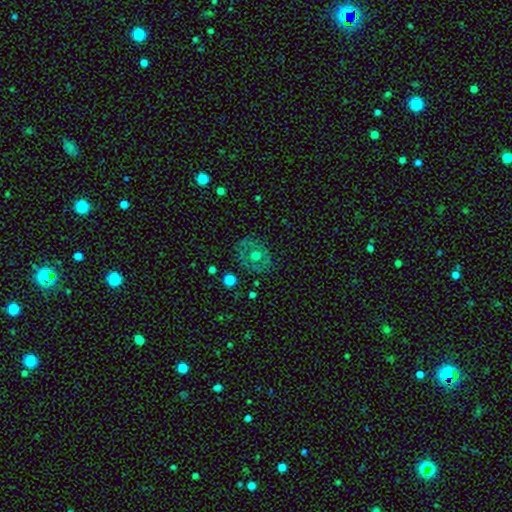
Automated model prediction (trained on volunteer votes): smooth 47%, featured or disk 44%, star or artifact 9%. Down the decision tree: merging — none (78%).